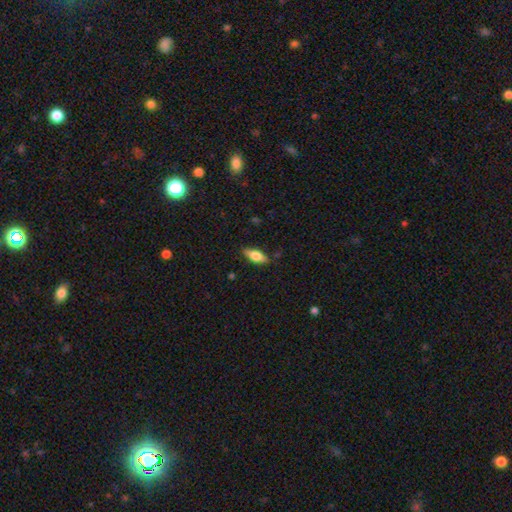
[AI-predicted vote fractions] This appears to be a smooth galaxy with no disk features (68%) that is in between round and cigar-shaped (74%). Merging: none (84%).